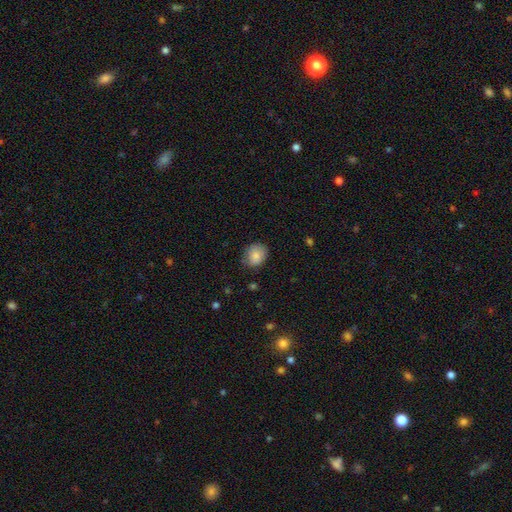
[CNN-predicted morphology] This appears to be a smooth galaxy with no disk features (85%) that is round (59%). Merging: none (76%).